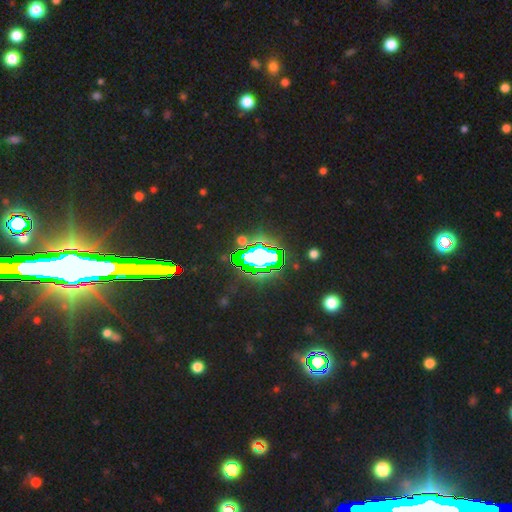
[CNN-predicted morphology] smooth-or-featured: star or artifact: 84% | smooth: 8% | featured or disk: 8%